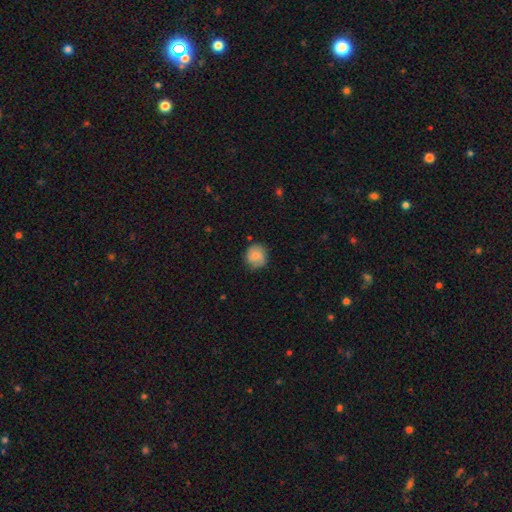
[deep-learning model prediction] Q: Smooth or featured?
A: smooth (77%); runner-up: featured or disk (15%)
Q: How rounded?
A: round (83%); runner-up: in between (16%)
Q: Merging?
A: none (67%); runner-up: minor disturbance (25%)